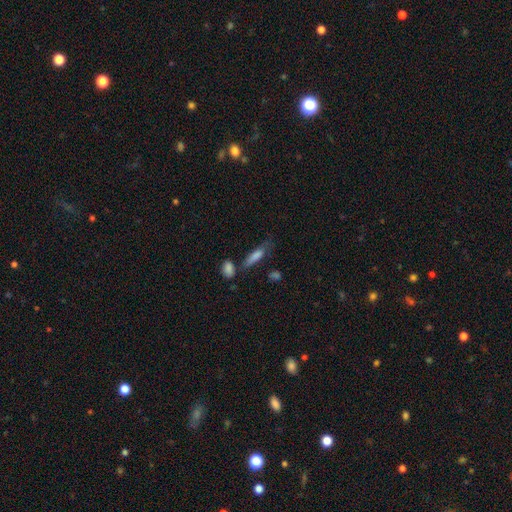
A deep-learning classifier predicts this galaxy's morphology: smooth-or-featured: smooth: 68% | featured or disk: 22% | star or artifact: 10%
  how-rounded: cigar-shaped: 64% | in between: 32% | round: 3%
  merging: none: 56% | minor disturbance: 22% | merger: 12% | major disturbance: 10%